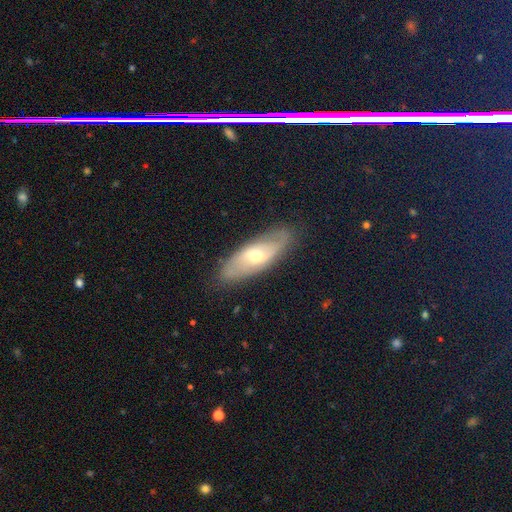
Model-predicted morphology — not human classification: featured or disk 62%, smooth 31%, star or artifact 7%. Down the decision tree: edge-on disk — no (79%); merging — none (83%).